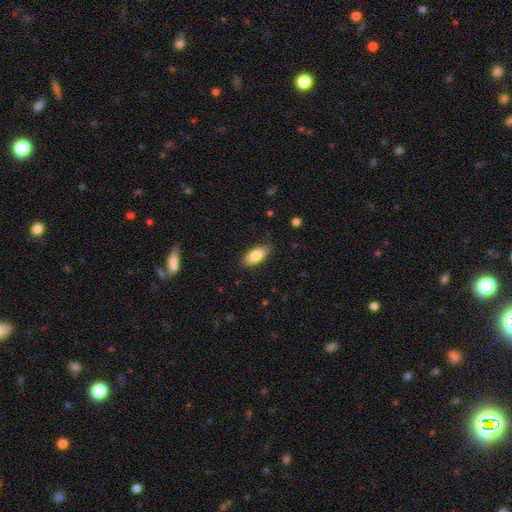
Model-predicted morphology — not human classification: Smooth or featured?
  - smooth: 83% *
  - featured or disk: 10%
  - star or artifact: 7%
How rounded?
  - in between: 88% *
  - cigar-shaped: 10%
  - round: 2%
Merging?
  - none: 84% *
  - minor disturbance: 12%
  - major disturbance: 2%
  - merger: 1%